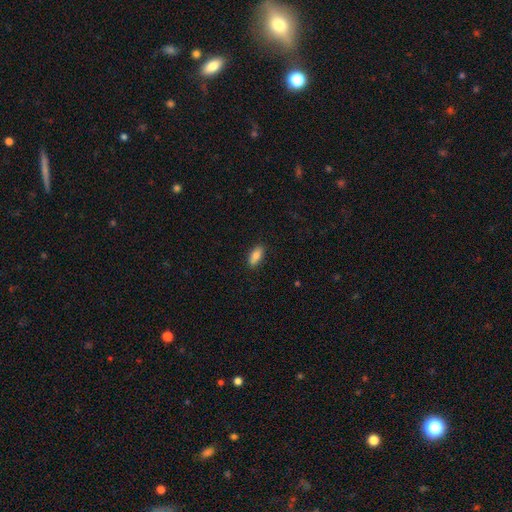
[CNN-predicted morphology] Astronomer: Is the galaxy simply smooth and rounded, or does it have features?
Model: smooth — 84%.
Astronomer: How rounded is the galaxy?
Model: in between — 83%.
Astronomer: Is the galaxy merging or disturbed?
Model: none — 87%.